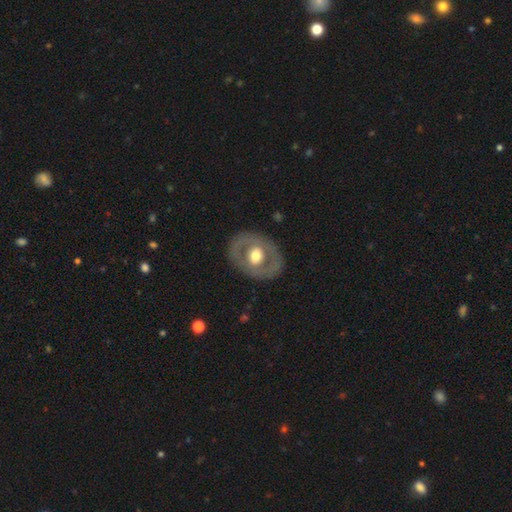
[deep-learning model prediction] Smooth or featured? featured or disk (56%)
Edge-on disk? no (94%)
Bar? no (75%)
Spiral arms? no (85%)
Bulge size? moderate (64%)
Merging? none (82%)